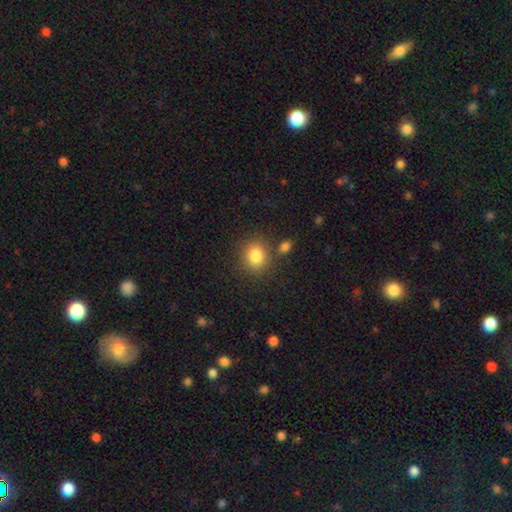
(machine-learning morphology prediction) Q: Smooth or featured?
A: smooth (84%); runner-up: star or artifact (10%)
Q: How rounded?
A: round (70%); runner-up: in between (29%)
Q: Merging?
A: none (79%); runner-up: minor disturbance (10%)